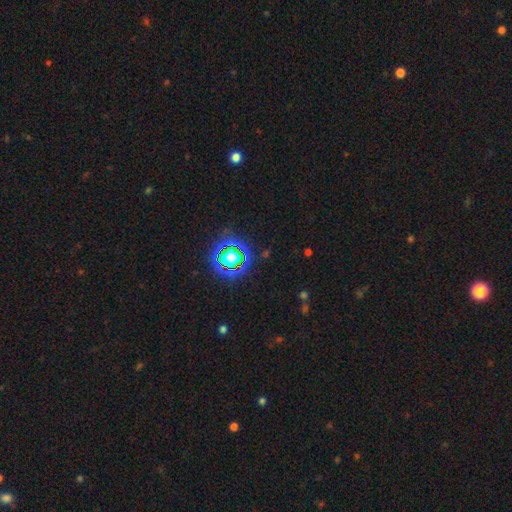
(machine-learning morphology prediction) Smooth or featured? star or artifact (79%)